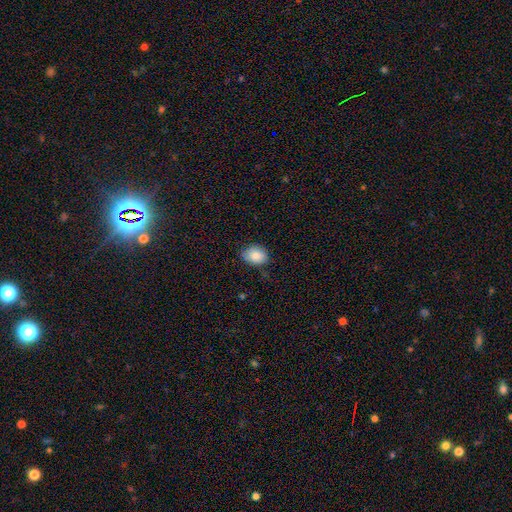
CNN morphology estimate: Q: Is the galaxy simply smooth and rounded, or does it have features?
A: smooth — 85%.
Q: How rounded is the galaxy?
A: in between — 57%.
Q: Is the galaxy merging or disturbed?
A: none — 75%.